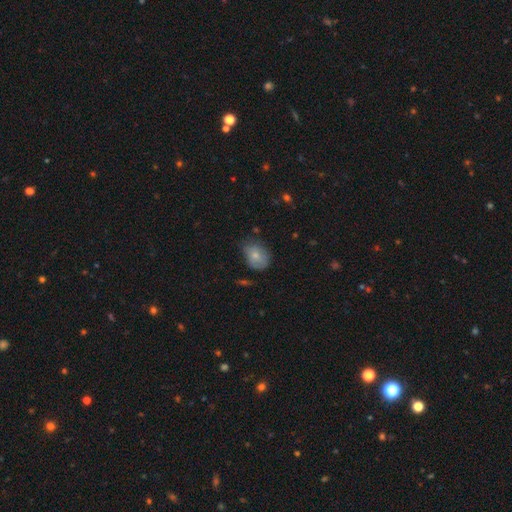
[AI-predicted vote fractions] Smooth or featured? Predicted: smooth (p=0.75). How rounded? Predicted: in between (p=0.64). Merging? Predicted: none (p=0.58).